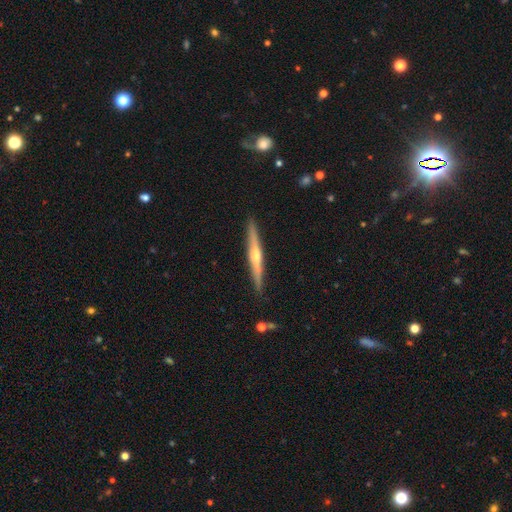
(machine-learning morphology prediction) This is likely a featured or disk galaxy (68%). It is clearly viewed edge-on (98%). Edge-on bulge: likely rounded (76%). Merging: clearly none (90%).